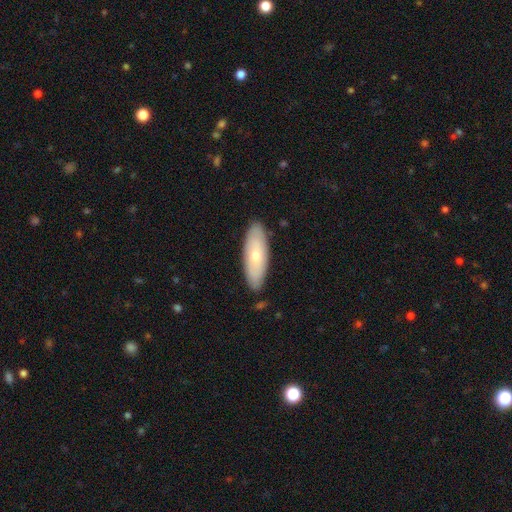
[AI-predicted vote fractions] A smooth galaxy with no disk features (58%) that is in between round and cigar-shaped (64%).

Vote fractions:
- Smooth or featured? smooth: 58% / featured or disk: 37% / star or artifact: 5%
- How rounded? in between: 64% / cigar-shaped: 34% / round: 2%
- Merging? none: 85% / minor disturbance: 11% / major disturbance: 2% / merger: 2%